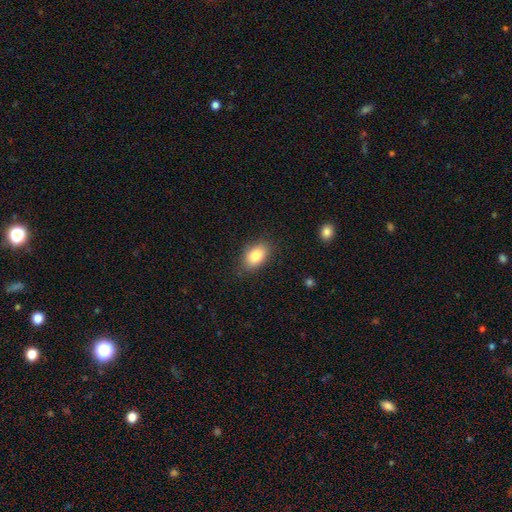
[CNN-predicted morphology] A smooth galaxy with no disk features (83%) that is in between round and cigar-shaped (86%).

Vote fractions:
- Smooth or featured? smooth: 83% / featured or disk: 9% / star or artifact: 8%
- How rounded? in between: 86% / round: 12% / cigar-shaped: 2%
- Merging? none: 85% / minor disturbance: 11% / major disturbance: 3% / merger: 1%